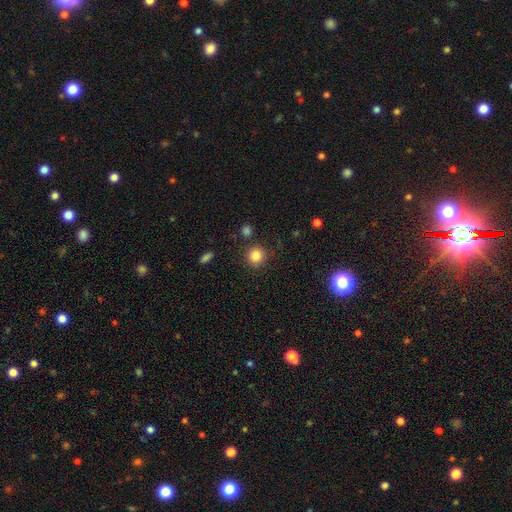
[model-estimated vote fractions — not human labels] Smooth or featured? Predicted: smooth (p=0.84). How rounded? Predicted: round (p=0.90). Merging? Predicted: none (p=0.85).